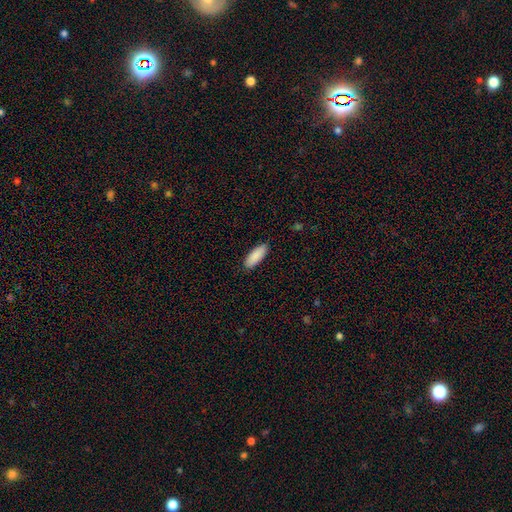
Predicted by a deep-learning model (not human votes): Overall: smooth (90%). How rounded: in between (71%). Merging: none (89%).